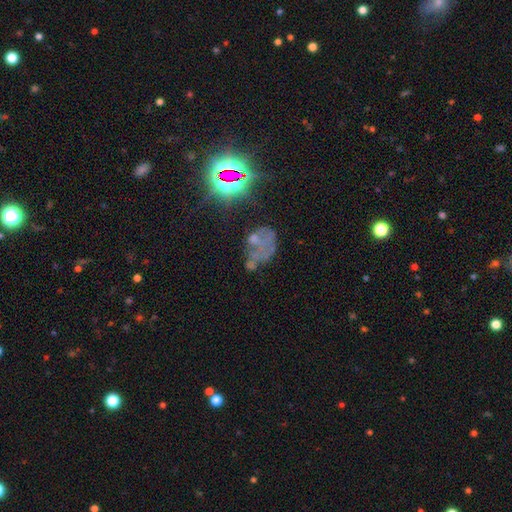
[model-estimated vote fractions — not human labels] The model was most divided on "merging": major disturbance: 34%, none: 28%, merger: 20%, minor disturbance: 18%. Remaining: smooth or featured — featured or disk (41%).